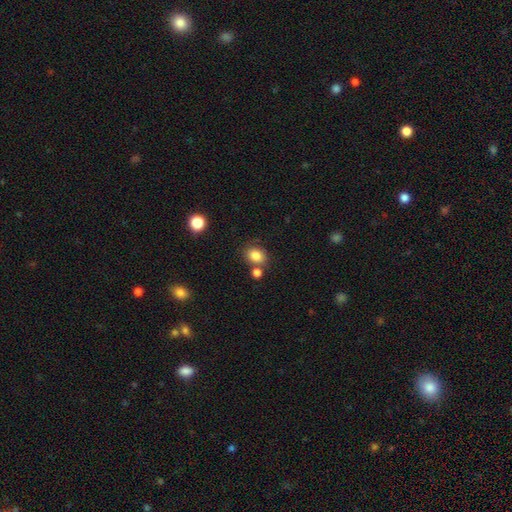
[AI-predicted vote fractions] smooth 84%, star or artifact 10%, featured or disk 6%. Down the decision tree: how rounded — round (51%); merging — none (67%).